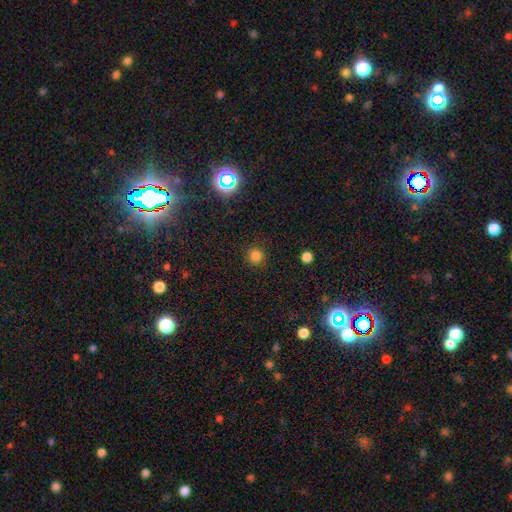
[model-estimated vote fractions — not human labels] smooth 81%, star or artifact 15%, featured or disk 4%. Down the decision tree: how rounded — round (93%); merging — none (89%).